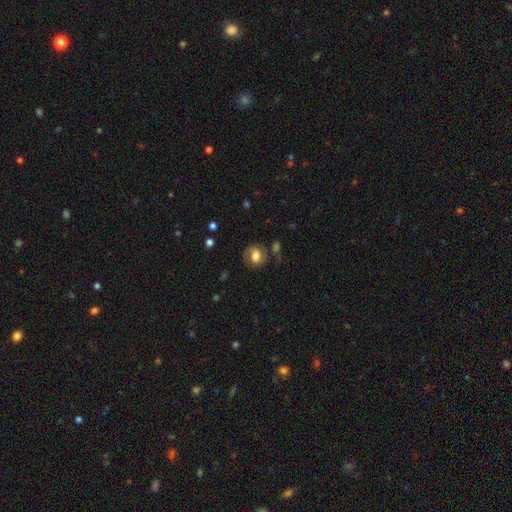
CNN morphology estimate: The model was most divided on "how rounded": in between: 54%, round: 45%, cigar-shaped: 1%. More confident: merging — none (65%); smooth or featured — smooth (65%).